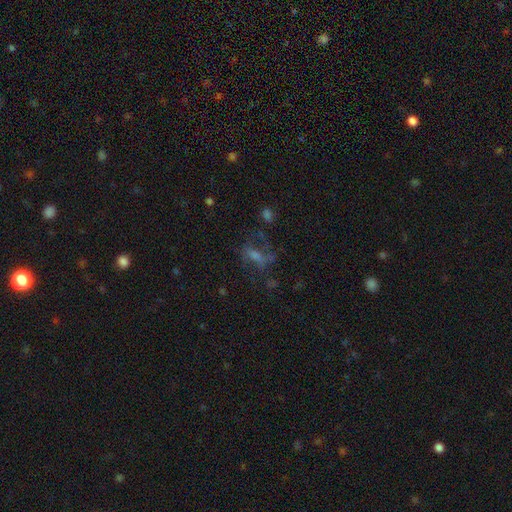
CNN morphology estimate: Smooth or featured? Predicted: featured or disk (p=0.42). Merging? Predicted: none (p=0.48).